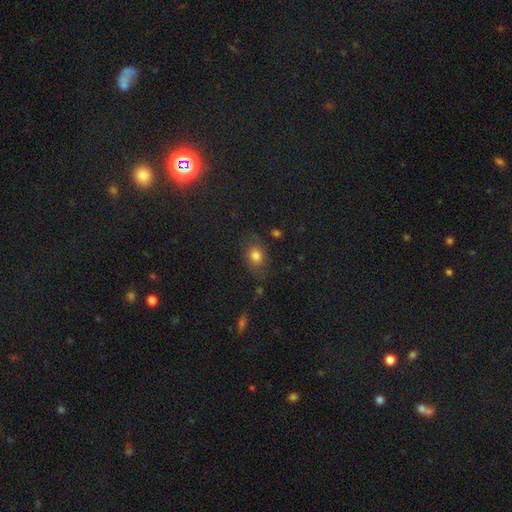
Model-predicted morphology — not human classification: Smooth or featured?
  - smooth: 71% *
  - star or artifact: 14%
  - featured or disk: 14%
How rounded?
  - in between: 55% *
  - round: 43%
  - cigar-shaped: 2%
Merging?
  - none: 71% *
  - minor disturbance: 19%
  - major disturbance: 7%
  - merger: 2%